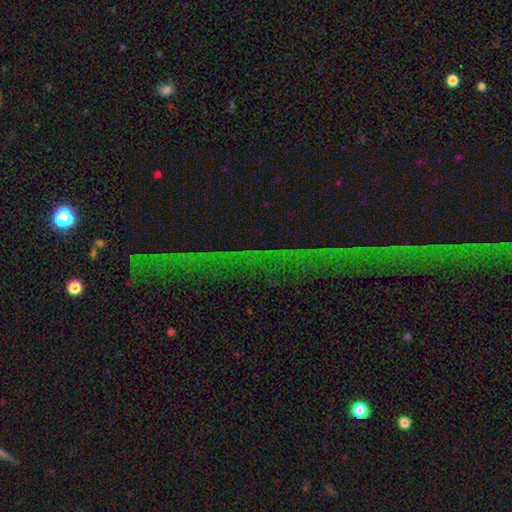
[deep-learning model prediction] Morphology: type=star or artifact (77%).